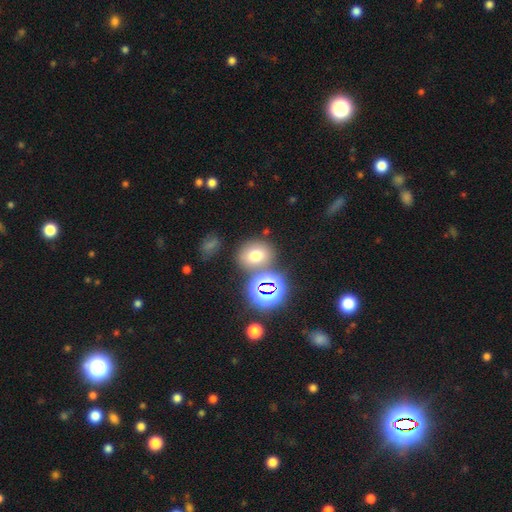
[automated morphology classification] The model was most divided on "how rounded": round: 59%, in between: 40%, cigar-shaped: 1%. More confident: merging — none (69%); smooth or featured — smooth (66%).